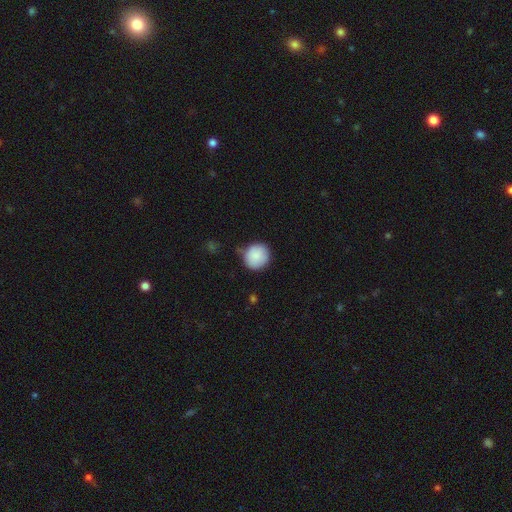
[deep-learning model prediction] smooth 87%, star or artifact 7%, featured or disk 6%. Down the decision tree: how rounded — round (90%); merging — none (73%).